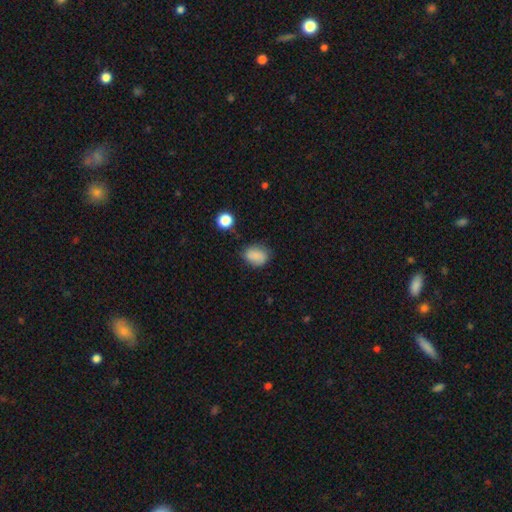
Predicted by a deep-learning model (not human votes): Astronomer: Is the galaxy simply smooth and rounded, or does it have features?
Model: smooth — 84%.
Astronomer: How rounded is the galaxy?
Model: in between — 65%.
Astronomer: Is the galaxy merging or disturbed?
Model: none — 72%.